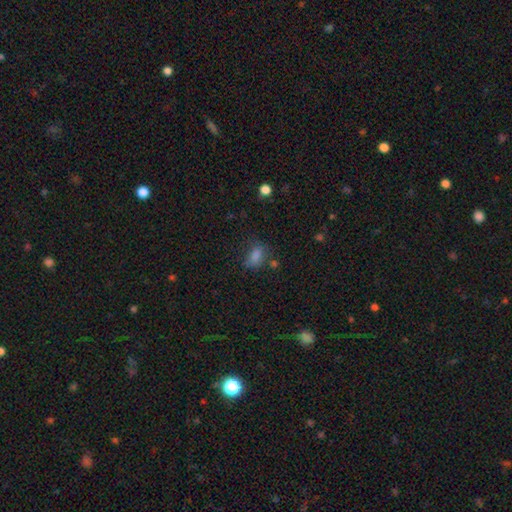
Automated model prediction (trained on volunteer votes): Q: Smooth or featured?
A: smooth (71%); runner-up: star or artifact (19%)
Q: How rounded?
A: in between (77%); runner-up: round (20%)
Q: Merging?
A: none (58%); runner-up: minor disturbance (23%)